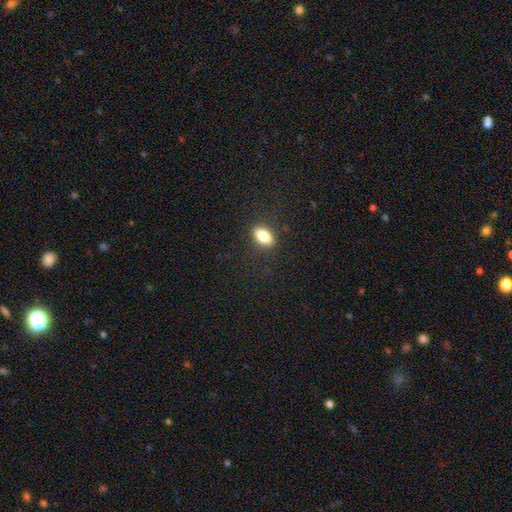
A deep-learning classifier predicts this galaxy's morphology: A star or artifact, not a galaxy (49%).

Vote fractions:
- Smooth or featured? star or artifact: 49% / smooth: 43% / featured or disk: 8%